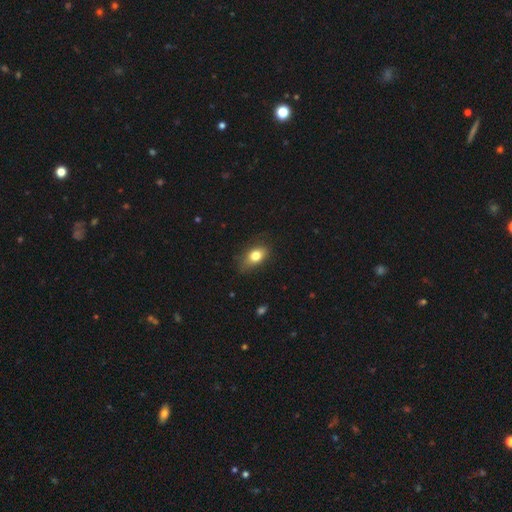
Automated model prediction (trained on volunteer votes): A smooth galaxy with no disk features (78%) that is in between round and cigar-shaped (83%).

Vote fractions:
- Smooth or featured? smooth: 78% / featured or disk: 13% / star or artifact: 9%
- How rounded? in between: 83% / round: 14% / cigar-shaped: 3%
- Merging? none: 71% / minor disturbance: 22% / major disturbance: 6% / merger: 1%